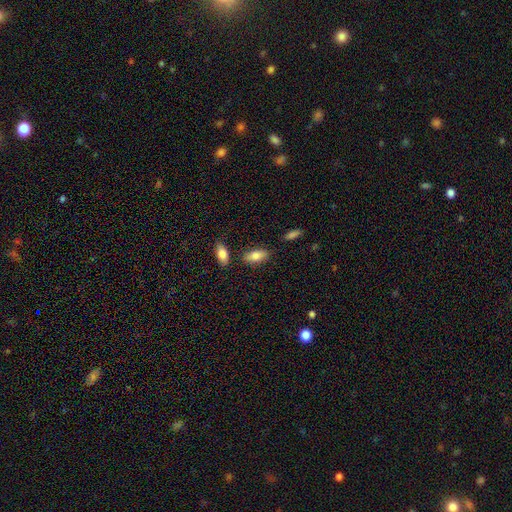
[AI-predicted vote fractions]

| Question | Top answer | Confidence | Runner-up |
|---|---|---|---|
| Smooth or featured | smooth | 82% | featured or disk (11%) |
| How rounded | in between | 87% | cigar-shaped (10%) |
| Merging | none | 80% | minor disturbance (12%) |